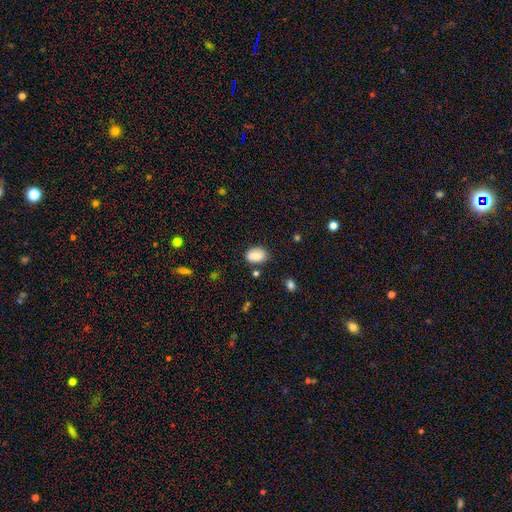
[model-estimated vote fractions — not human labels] smooth-or-featured: smooth: 80% | featured or disk: 12% | star or artifact: 8%
  how-rounded: in between: 77% | round: 22% | cigar-shaped: 1%
  merging: none: 77% | minor disturbance: 16% | major disturbance: 4% | merger: 3%